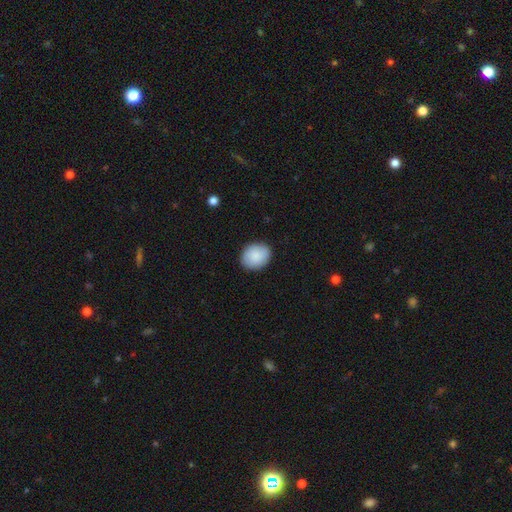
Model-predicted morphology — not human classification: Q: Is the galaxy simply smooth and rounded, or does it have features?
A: smooth — 89%.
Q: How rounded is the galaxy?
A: round — 55%.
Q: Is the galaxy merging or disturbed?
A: none — 89%.